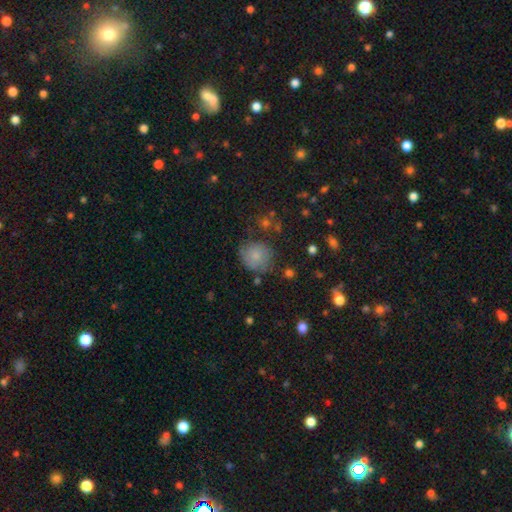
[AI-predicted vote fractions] Smooth or featured: smooth — 76% (featured or disk — 14%)
How rounded: round — 85% (in between — 15%)
Merging: none — 65% (minor disturbance — 23%)